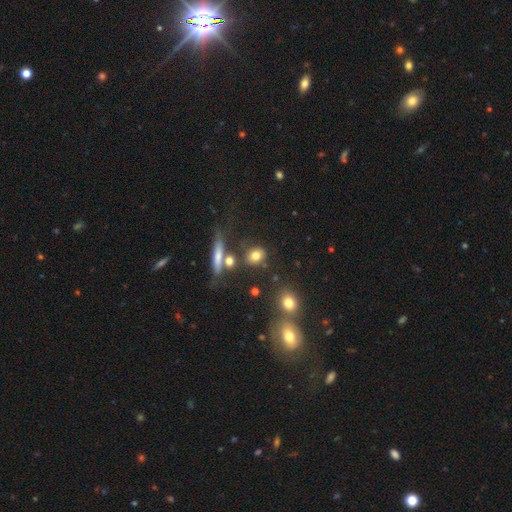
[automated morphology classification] The model was most divided on "how rounded": in between: 51%, round: 43%, cigar-shaped: 6%. More confident: smooth or featured — smooth (76%); merging — none (70%).